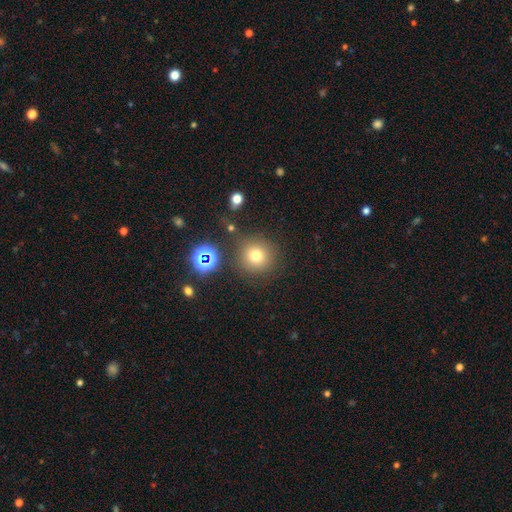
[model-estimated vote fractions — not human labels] This is likely a smooth galaxy (73%). How rounded: clearly round (93%). Merging: clearly none (82%).